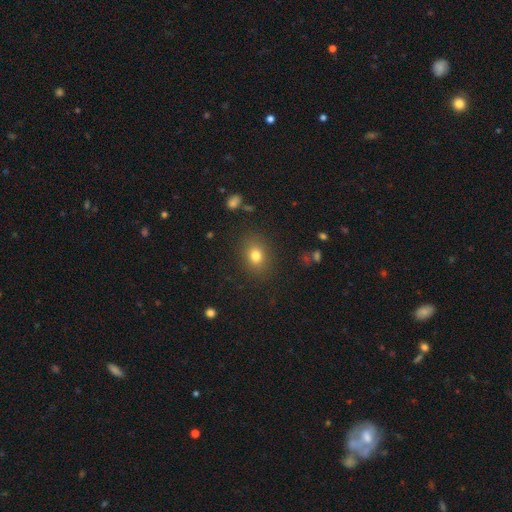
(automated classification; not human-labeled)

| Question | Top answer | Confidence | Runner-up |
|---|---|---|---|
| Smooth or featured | smooth | 78% | star or artifact (13%) |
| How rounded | in between | 54% | round (45%) |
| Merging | none | 85% | minor disturbance (10%) |